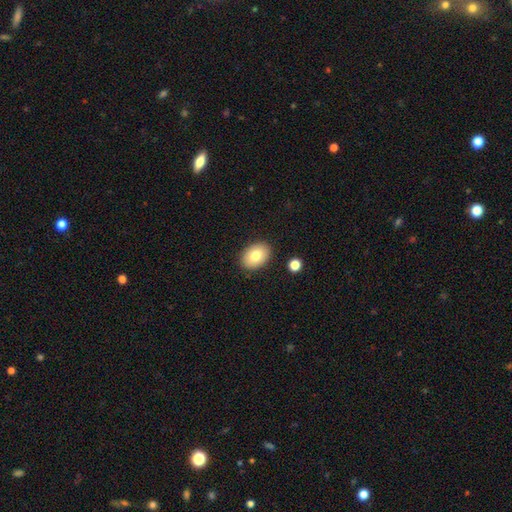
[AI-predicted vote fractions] Smooth or featured? smooth (80%)
How rounded? in between (76%)
Merging? none (88%)